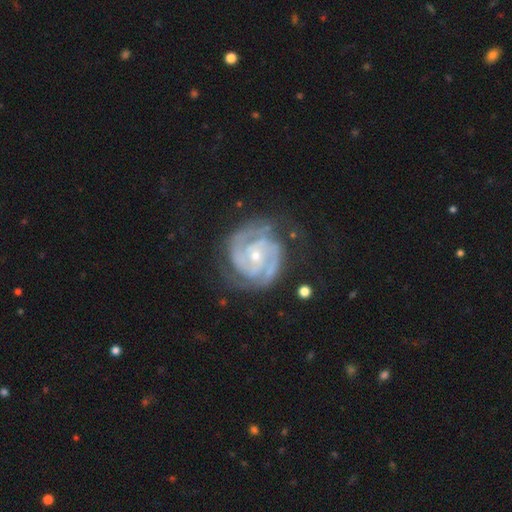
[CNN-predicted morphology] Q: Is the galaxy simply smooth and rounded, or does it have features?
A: featured or disk — 91%.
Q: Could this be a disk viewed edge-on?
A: no — 98%.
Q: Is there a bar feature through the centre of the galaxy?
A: no — 59%.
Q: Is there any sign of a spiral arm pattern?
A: yes — 98%.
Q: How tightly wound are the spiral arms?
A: tight — 65%.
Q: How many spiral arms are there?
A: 2 — 58%.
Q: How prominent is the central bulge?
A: small — 66%.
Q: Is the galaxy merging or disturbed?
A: none — 71%.